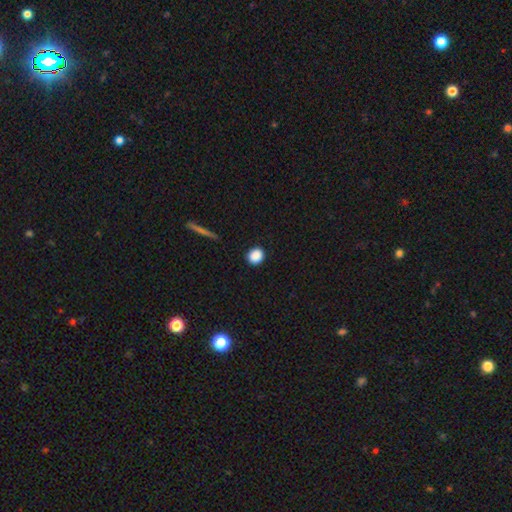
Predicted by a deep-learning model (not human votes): Morphology: type=smooth (89%); roundness=round (79%); merging=none (91%).